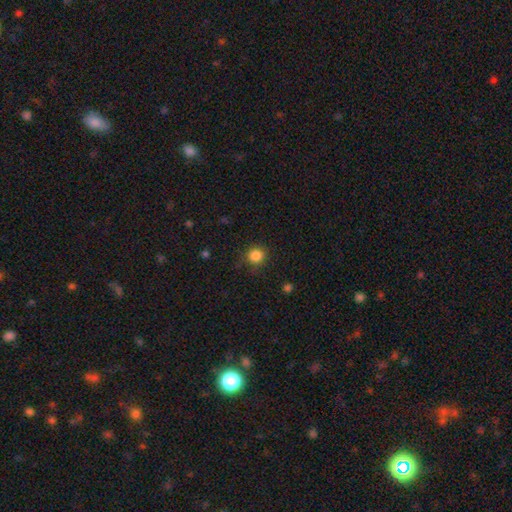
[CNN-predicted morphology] A smooth galaxy with no disk features (85%) that is round (92%).

Vote fractions:
- Smooth or featured? smooth: 85% / star or artifact: 12% / featured or disk: 4%
- How rounded? round: 92% / in between: 7% / cigar-shaped: 1%
- Merging? none: 84% / minor disturbance: 11% / major disturbance: 4% / merger: 1%